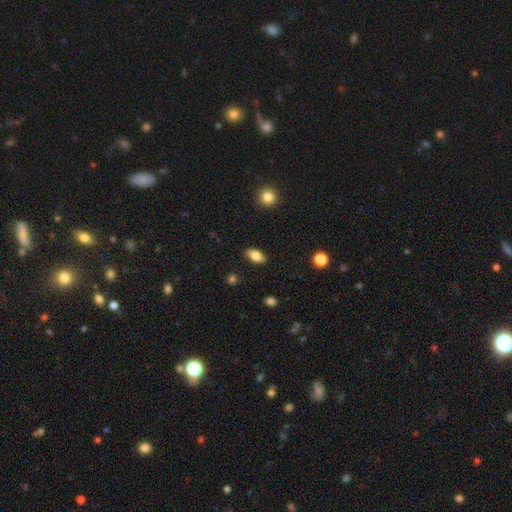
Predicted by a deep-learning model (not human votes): Smooth or featured: smooth — 83% (featured or disk — 9%)
How rounded: in between — 89% (cigar-shaped — 5%)
Merging: none — 88% (minor disturbance — 9%)